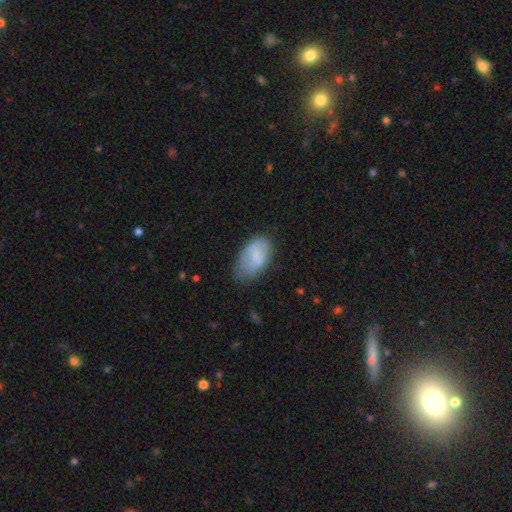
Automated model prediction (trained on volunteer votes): Overall: smooth (74%). How rounded: in between (94%). Merging: none (47%; minor disturbance 37%).